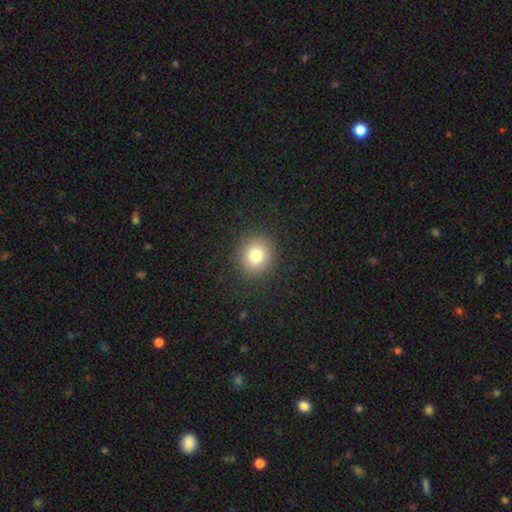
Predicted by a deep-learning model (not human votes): smooth 79%, star or artifact 13%, featured or disk 9%. Down the decision tree: how rounded — round (87%); merging — none (90%).